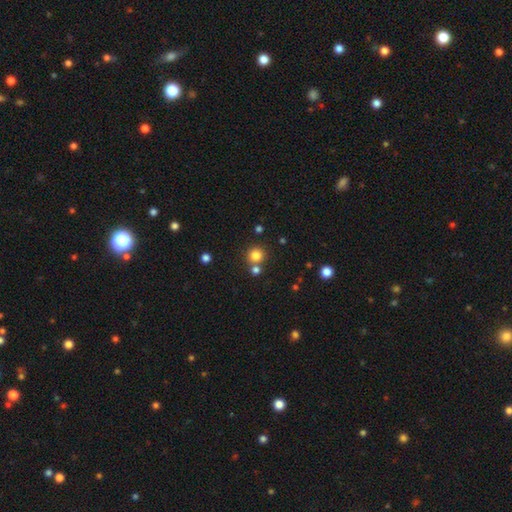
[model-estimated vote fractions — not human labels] This appears to be a smooth galaxy with no disk features (80%) that is round (93%). Merging: none (71%).